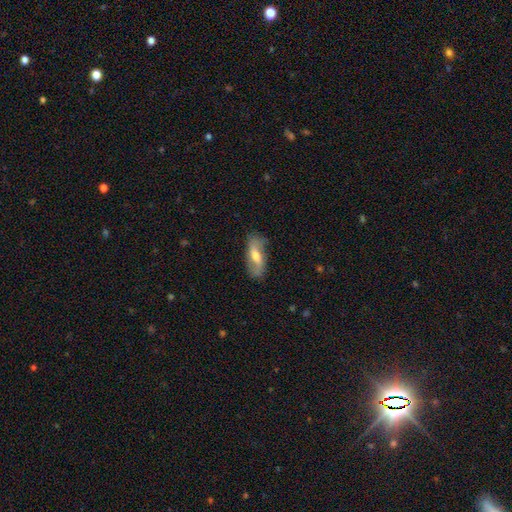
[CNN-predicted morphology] Q: Smooth or featured?
A: featured or disk (52%); runner-up: smooth (42%)
Q: Edge-on disk?
A: no (82%); runner-up: yes (18%)
Q: Merging?
A: none (75%); runner-up: minor disturbance (18%)